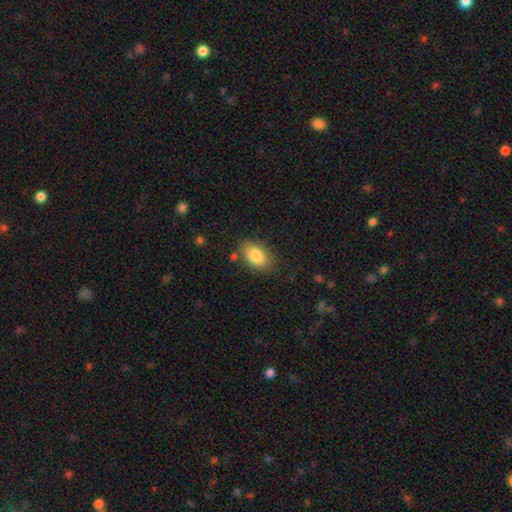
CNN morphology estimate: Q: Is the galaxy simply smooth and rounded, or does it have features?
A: smooth — 84%.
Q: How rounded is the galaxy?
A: in between — 88%.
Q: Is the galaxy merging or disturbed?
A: none — 80%.